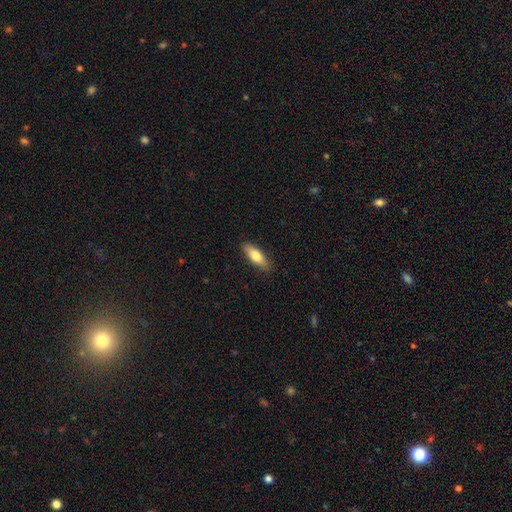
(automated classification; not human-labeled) Smooth or featured?
  - smooth: 75% *
  - featured or disk: 19%
  - star or artifact: 6%
How rounded?
  - in between: 57% *
  - cigar-shaped: 41%
  - round: 2%
Merging?
  - none: 87% *
  - minor disturbance: 10%
  - major disturbance: 2%
  - merger: 1%